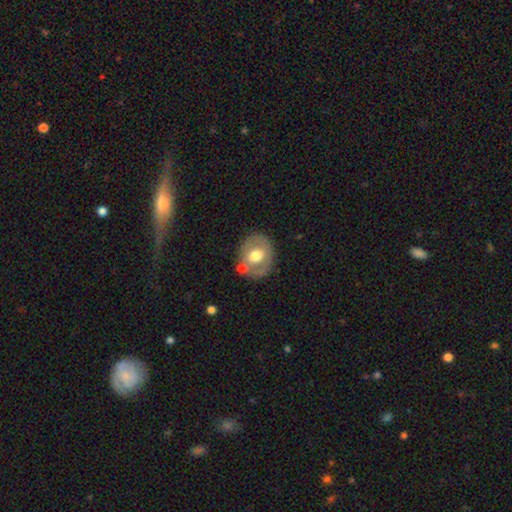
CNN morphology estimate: The model was most divided on "smooth or featured": smooth: 53%, featured or disk: 40%, star or artifact: 7%. More confident: merging — none (70%); how rounded — round (63%).